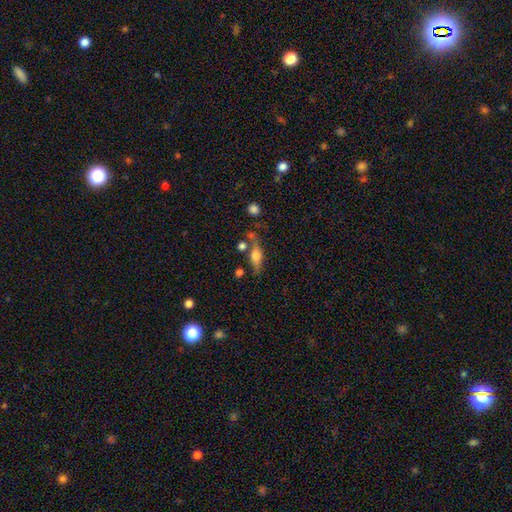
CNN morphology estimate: Smooth or featured? smooth (47%)
Merging? none (59%)